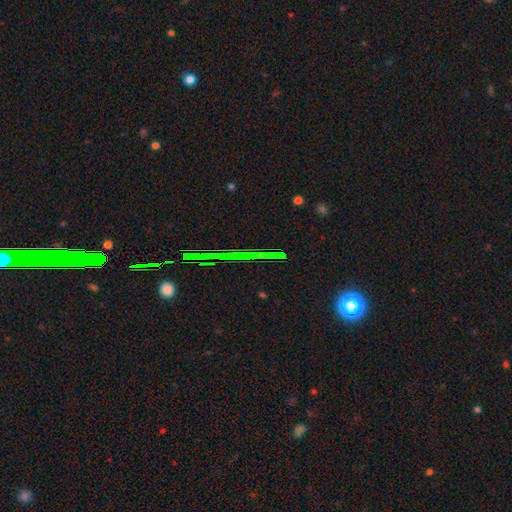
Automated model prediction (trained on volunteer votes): A star or artifact, not a galaxy (72%).